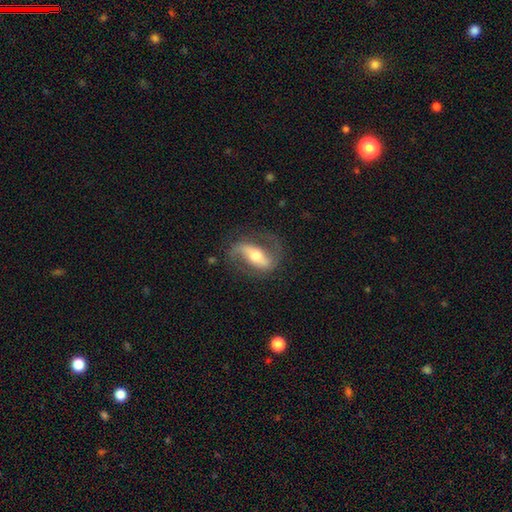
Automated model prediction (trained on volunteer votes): A featured or disk galaxy (82%) with a strong bar (56%), 2 (89%) loose (43%) spiral arms (92%) and a moderate central bulge (64%). Merging: none (74%).